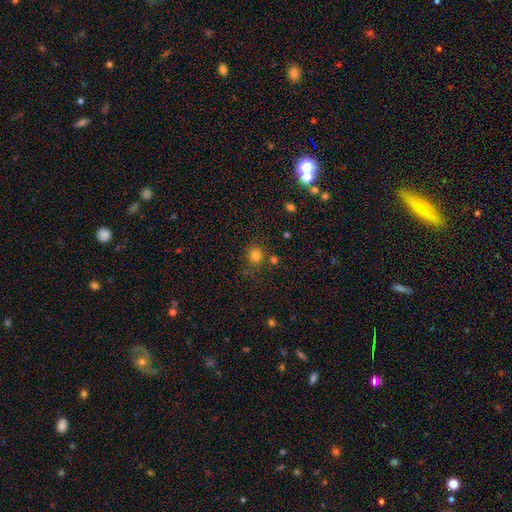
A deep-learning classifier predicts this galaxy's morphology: smooth 80%, star or artifact 14%, featured or disk 5%. Down the decision tree: how rounded — round (89%); merging — none (78%).